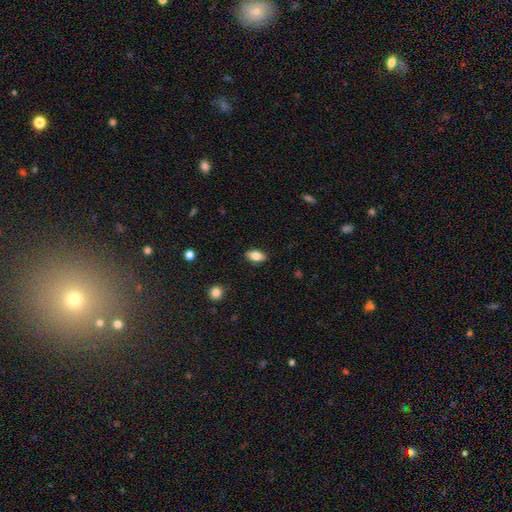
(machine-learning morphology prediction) Q: Smooth or featured?
A: smooth (79%); runner-up: featured or disk (14%)
Q: How rounded?
A: in between (88%); runner-up: cigar-shaped (8%)
Q: Merging?
A: none (87%); runner-up: minor disturbance (10%)